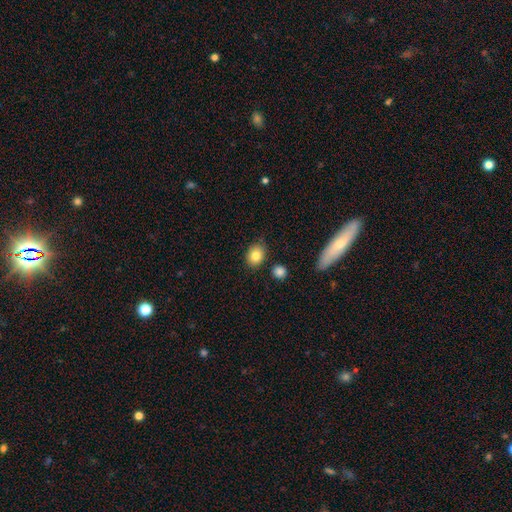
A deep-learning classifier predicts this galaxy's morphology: The model was most divided on "how rounded": in between: 54%, round: 45%, cigar-shaped: 1%. More confident: smooth or featured — smooth (82%); merging — none (80%).